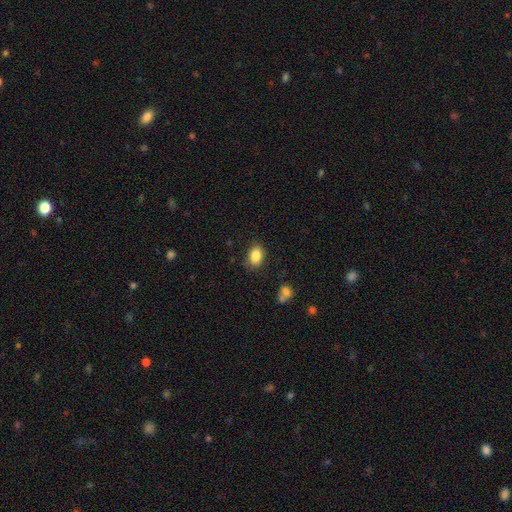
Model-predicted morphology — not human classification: Smooth or featured: smooth — 86% (star or artifact — 8%)
How rounded: in between — 83% (round — 15%)
Merging: none — 83% (minor disturbance — 13%)